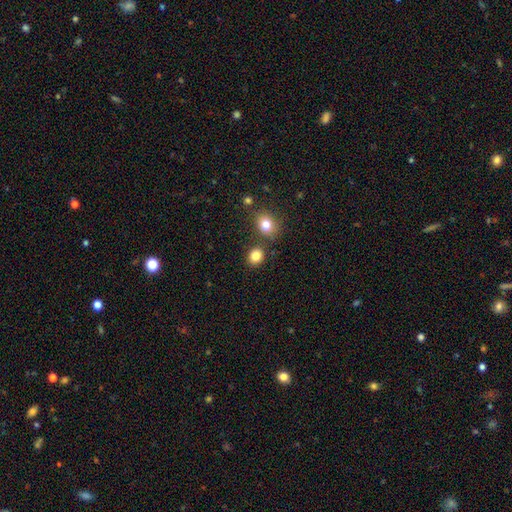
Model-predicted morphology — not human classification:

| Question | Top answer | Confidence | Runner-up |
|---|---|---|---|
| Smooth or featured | smooth | 84% | star or artifact (11%) |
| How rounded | round | 65% | in between (34%) |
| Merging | none | 79% | merger (9%) |